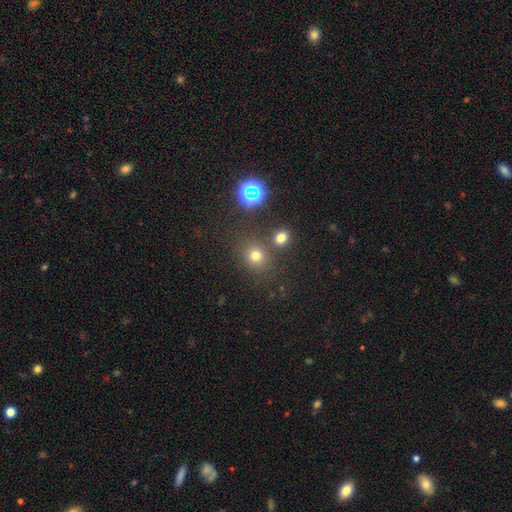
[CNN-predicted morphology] smooth 67%, star or artifact 25%, featured or disk 7%. Down the decision tree: how rounded — round (83%); merging — none (76%).